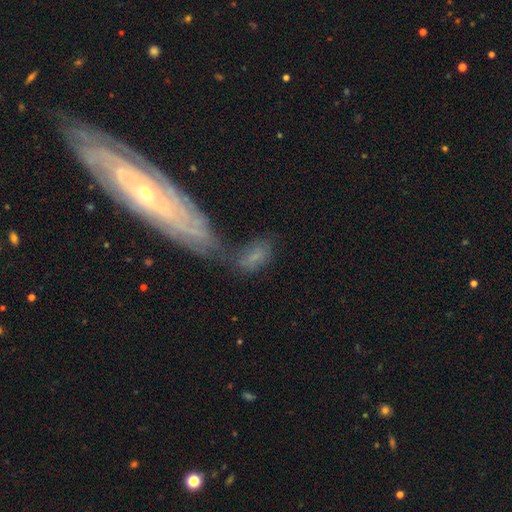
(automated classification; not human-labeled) smooth_or_featured: smooth (p=0.55) [alt: featured or disk p=0.31]
how_rounded: in between (p=0.84) [alt: cigar-shaped p=0.08]
merging: merger (p=0.35) [alt: none p=0.29]